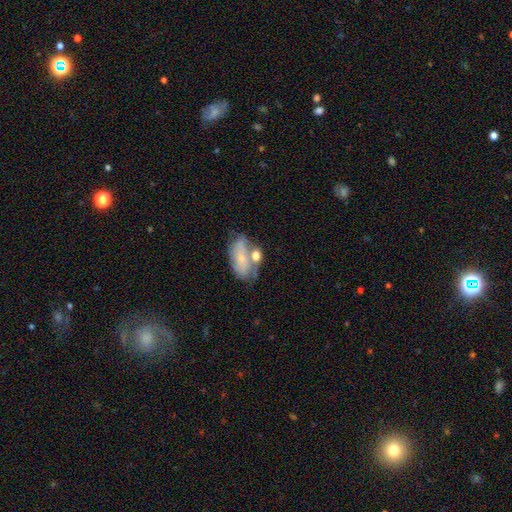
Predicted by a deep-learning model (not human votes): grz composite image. It shows a smooth galaxy with no disk features (60%) that is in between round and cigar-shaped (81%). Merging: merger (42%).